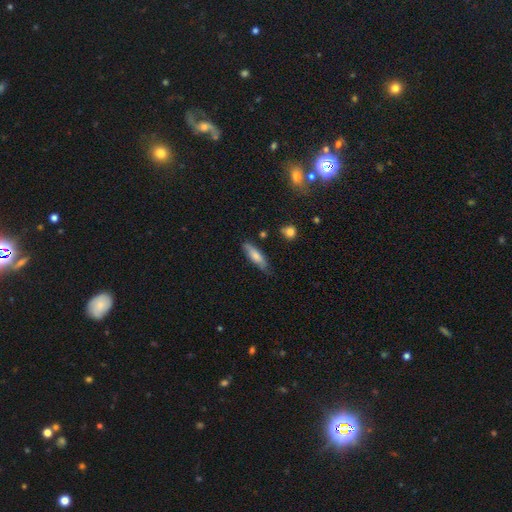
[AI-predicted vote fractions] Smooth or featured? smooth (71%)
How rounded? cigar-shaped (59%)
Merging? none (71%)